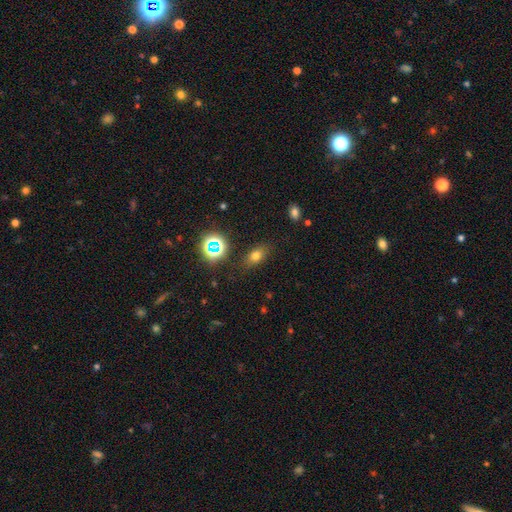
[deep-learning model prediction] Smooth or featured: smooth — 68% (star or artifact — 20%)
How rounded: in between — 74% (round — 21%)
Merging: none — 82% (minor disturbance — 12%)